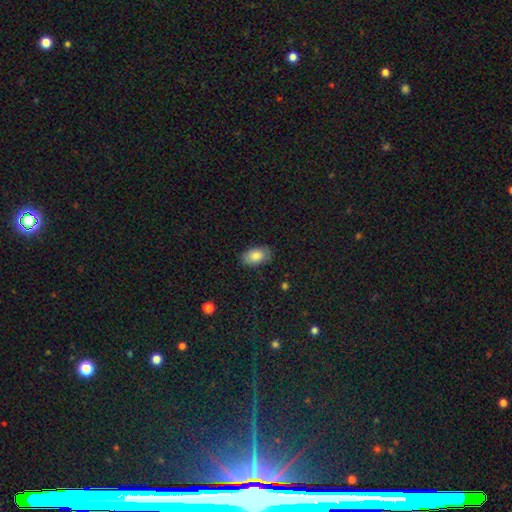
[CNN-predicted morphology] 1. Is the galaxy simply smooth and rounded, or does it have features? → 83% smooth, 10% featured or disk, 8% star or artifact.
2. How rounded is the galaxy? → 92% in between, 7% round, 2% cigar-shaped.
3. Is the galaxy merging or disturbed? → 82% none, 14% minor disturbance, 3% major disturbance, 1% merger.